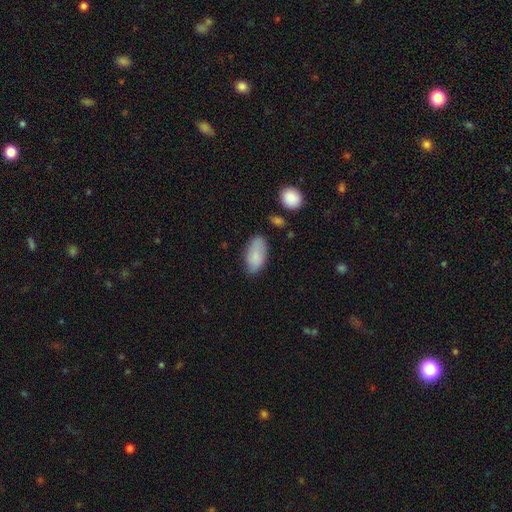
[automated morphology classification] This appears to be a smooth galaxy with no disk features (84%) that is in between round and cigar-shaped (93%). Merging: none (69%).